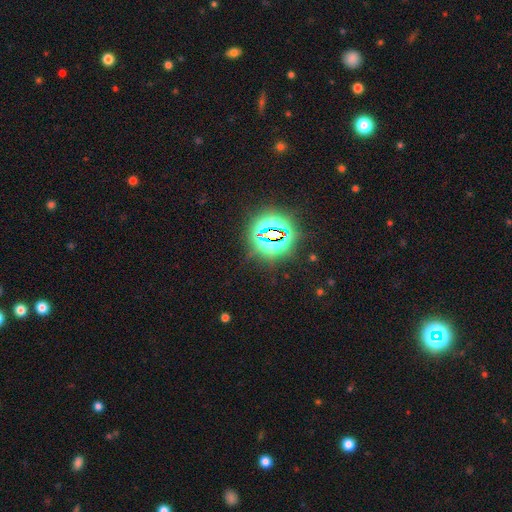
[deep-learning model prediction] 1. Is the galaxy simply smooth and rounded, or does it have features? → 82% star or artifact, 11% smooth, 7% featured or disk.